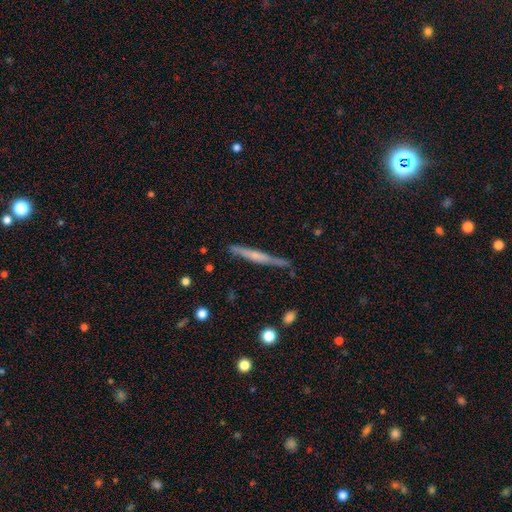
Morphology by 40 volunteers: featured or disk 50%, smooth 42%, star or artifact 8%. Down the decision tree: edge-on disk — yes (100%); edge-on bulge — boxy (40%, tied with none); merging — none (81%).